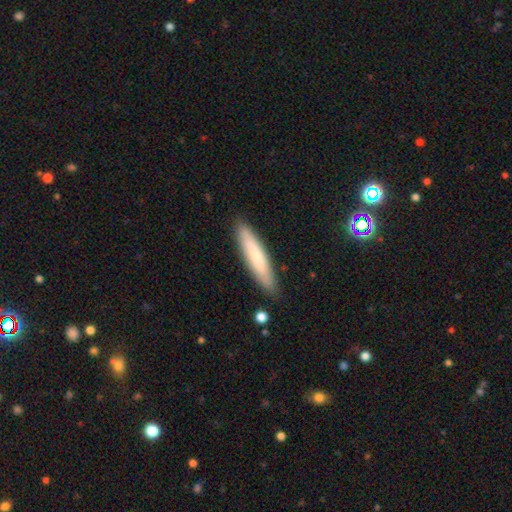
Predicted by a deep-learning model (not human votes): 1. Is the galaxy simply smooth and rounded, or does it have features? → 71% smooth, 23% featured or disk, 6% star or artifact.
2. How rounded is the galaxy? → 84% cigar-shaped, 14% in between, 1% round.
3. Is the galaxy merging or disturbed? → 87% none, 9% minor disturbance, 2% major disturbance, 1% merger.